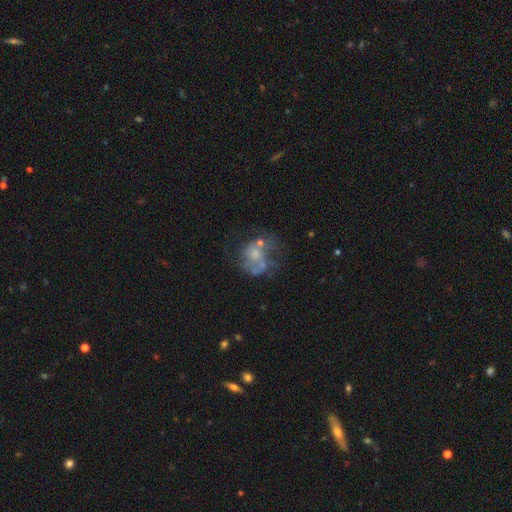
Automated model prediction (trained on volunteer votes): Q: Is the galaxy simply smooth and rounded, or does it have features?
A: featured or disk — 56%.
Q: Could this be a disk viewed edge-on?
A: no — 98%.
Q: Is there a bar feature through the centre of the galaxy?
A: no — 84%.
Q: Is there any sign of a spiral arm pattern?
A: no — 68%.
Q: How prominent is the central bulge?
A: none — 34%.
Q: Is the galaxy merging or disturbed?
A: major disturbance — 32%.